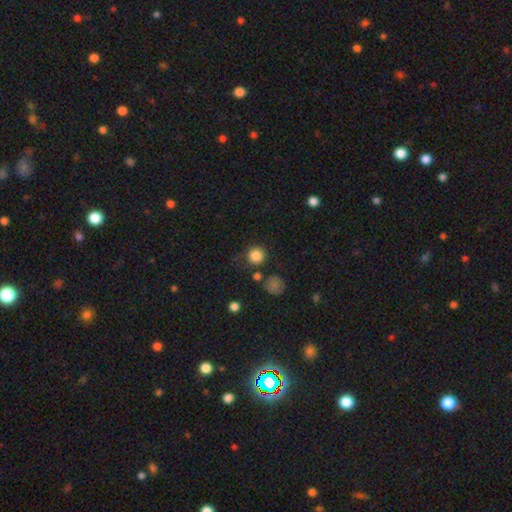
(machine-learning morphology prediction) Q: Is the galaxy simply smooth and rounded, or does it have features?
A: smooth — 84%.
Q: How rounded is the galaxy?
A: round — 92%.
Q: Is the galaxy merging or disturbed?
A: none — 78%.